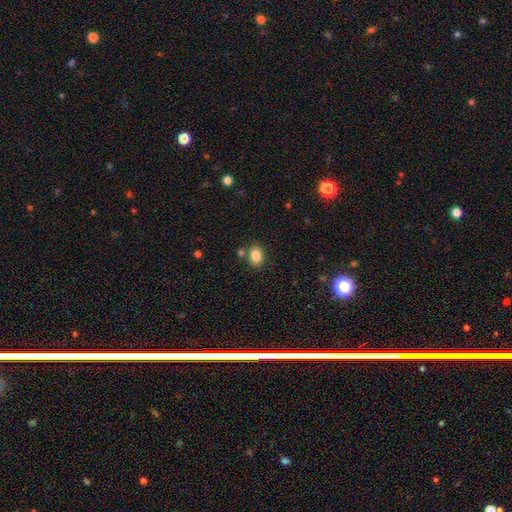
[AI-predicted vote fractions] A smooth galaxy with no disk features (85%) that is in between round and cigar-shaped (72%).

Vote fractions:
- Smooth or featured? smooth: 85% / star or artifact: 9% / featured or disk: 6%
- How rounded? in between: 72% / round: 26% / cigar-shaped: 1%
- Merging? none: 78% / minor disturbance: 10% / merger: 9% / major disturbance: 3%